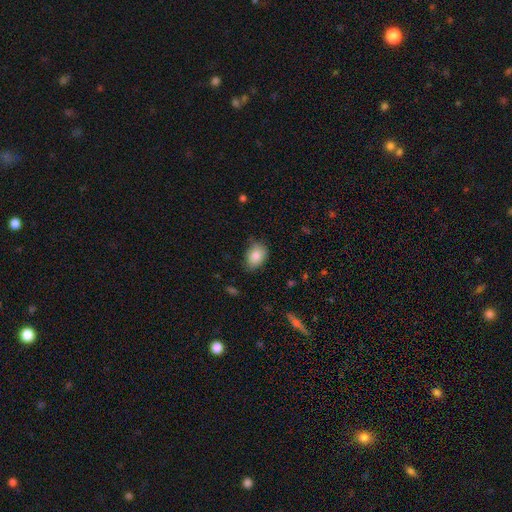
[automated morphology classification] The model was most divided on "merging": none: 70%, minor disturbance: 25%, major disturbance: 4%, merger: 1%. More confident: smooth or featured — smooth (83%); how rounded — in between (74%).